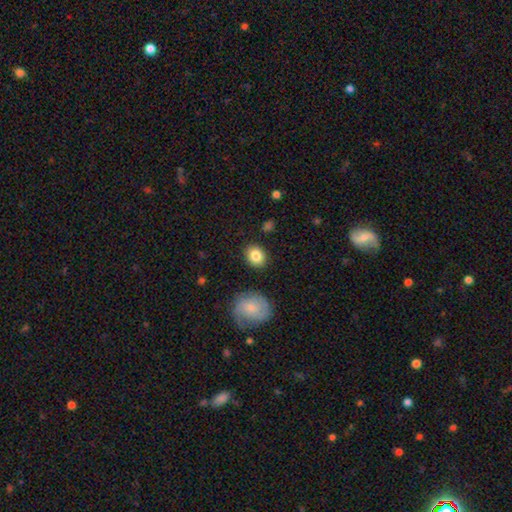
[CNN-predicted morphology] Smooth or featured?
  - smooth: 84% *
  - featured or disk: 8%
  - star or artifact: 8%
How rounded?
  - round: 59% *
  - in between: 40%
  - cigar-shaped: 1%
Merging?
  - none: 86% *
  - minor disturbance: 9%
  - major disturbance: 3%
  - merger: 2%